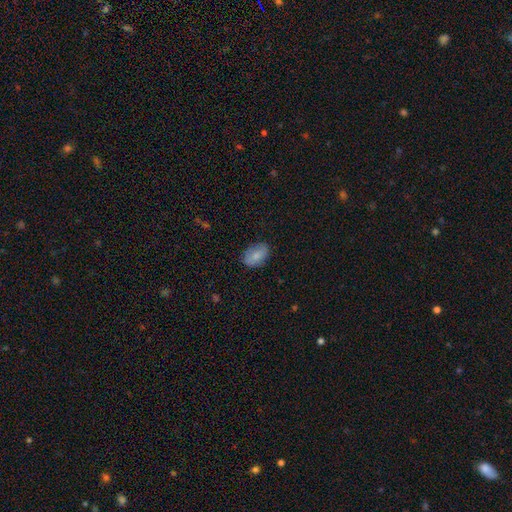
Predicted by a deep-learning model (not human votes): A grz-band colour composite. It shows a smooth galaxy with no disk features (80%) that is in between round and cigar-shaped (86%). Merging: none (77%).